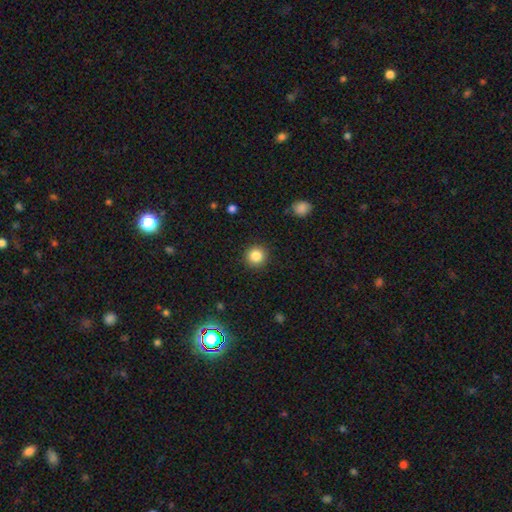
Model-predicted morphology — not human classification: smooth-or-featured: smooth: 85% | star or artifact: 11% | featured or disk: 5%
  how-rounded: round: 94% | in between: 5% | cigar-shaped: 1%
  merging: none: 91% | minor disturbance: 6% | major disturbance: 2% | merger: 1%